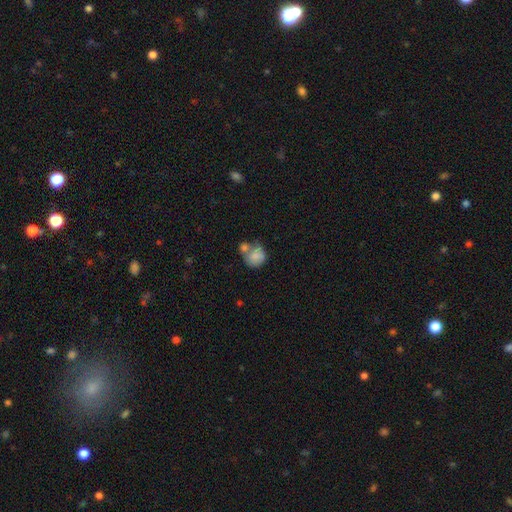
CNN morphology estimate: Smooth or featured? Predicted: smooth (p=0.78). How rounded? Predicted: round (p=0.76). Merging? Predicted: merger (p=0.46).